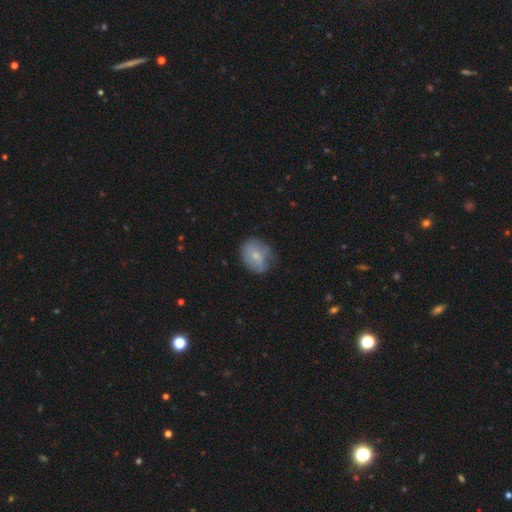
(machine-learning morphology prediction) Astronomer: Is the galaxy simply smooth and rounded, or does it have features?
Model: smooth — 61%.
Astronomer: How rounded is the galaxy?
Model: round — 54% (runner-up: in between, 45%).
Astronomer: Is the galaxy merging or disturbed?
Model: none — 63%.